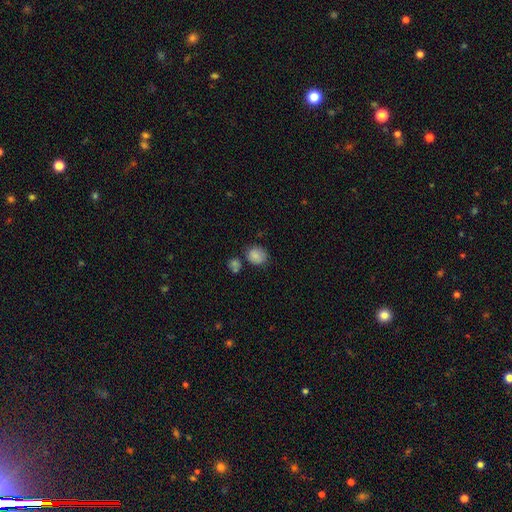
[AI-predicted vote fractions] A smooth galaxy with no disk features (84%) that is round (71%). Merging: none (67%).